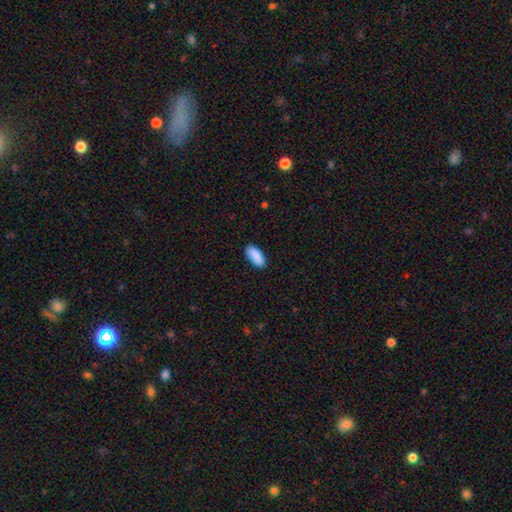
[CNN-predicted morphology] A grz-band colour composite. It shows a smooth galaxy with no disk features (90%) that is in between round and cigar-shaped (82%). Merging: none (87%).